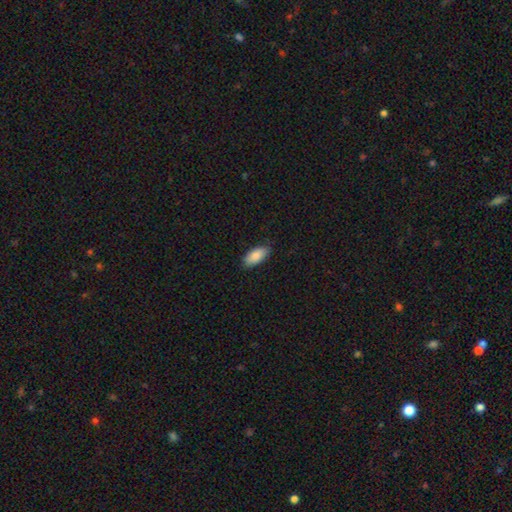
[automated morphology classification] This is clearly a smooth galaxy (86%). How rounded: clearly in between (90%). Merging: clearly none (84%).